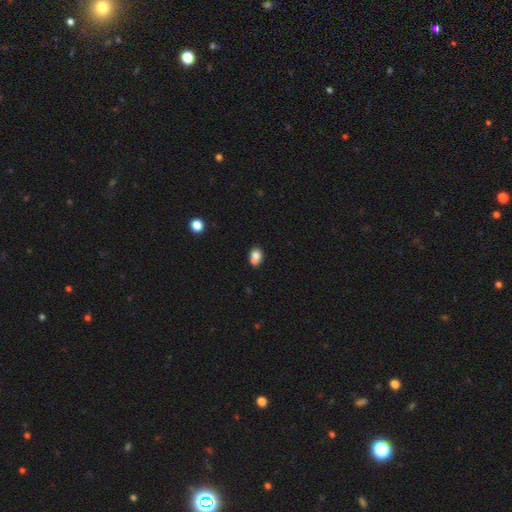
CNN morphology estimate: Smooth or featured? smooth (78%)
How rounded? in between (57%)
Merging? none (47%)